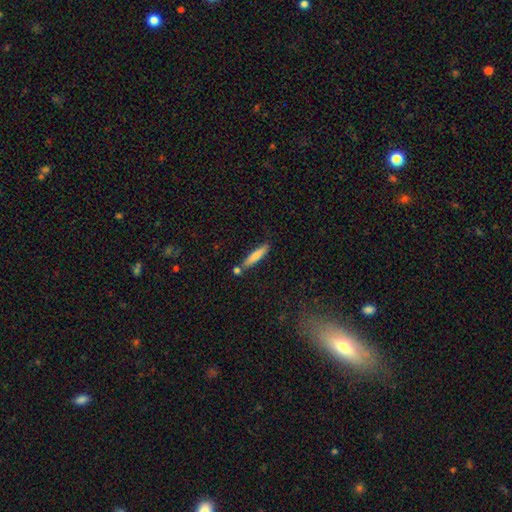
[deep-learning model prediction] Smooth or featured?
  - smooth: 77% *
  - featured or disk: 17%
  - star or artifact: 6%
How rounded?
  - cigar-shaped: 86% *
  - in between: 13%
  - round: 2%
Merging?
  - none: 75% *
  - minor disturbance: 12%
  - merger: 10%
  - major disturbance: 3%